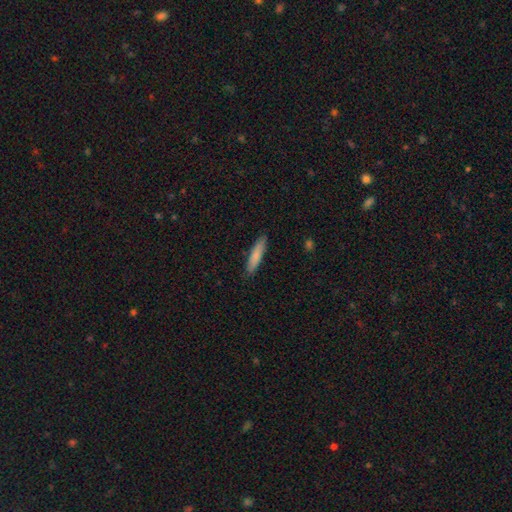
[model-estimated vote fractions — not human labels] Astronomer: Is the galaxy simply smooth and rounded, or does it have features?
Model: smooth — 81%.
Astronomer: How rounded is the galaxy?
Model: cigar-shaped — 85%.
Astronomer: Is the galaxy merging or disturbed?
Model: none — 88%.